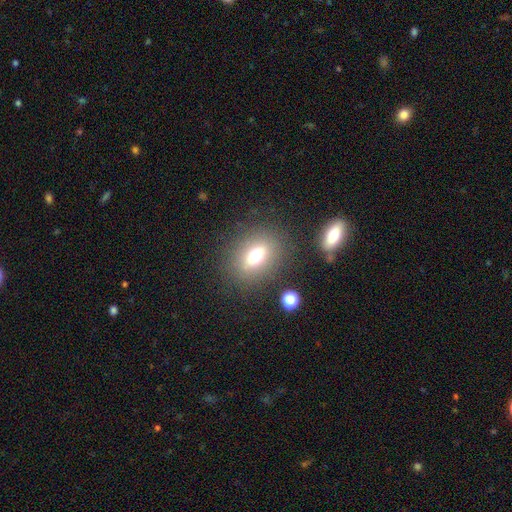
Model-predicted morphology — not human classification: This appears to be a smooth galaxy with no disk features (64%) that is in between round and cigar-shaped (64%). Merging: none (81%).